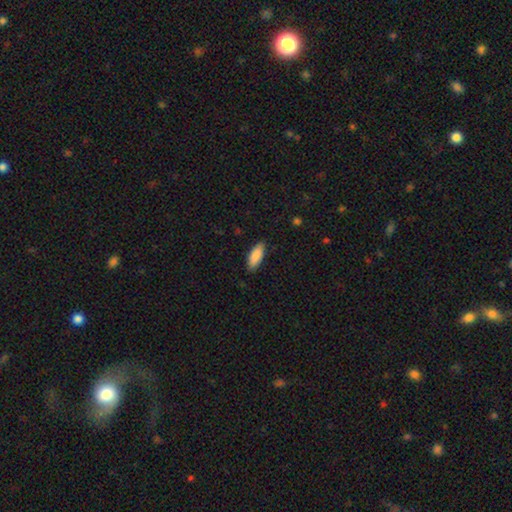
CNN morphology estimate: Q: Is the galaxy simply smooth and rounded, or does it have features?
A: smooth — 88%.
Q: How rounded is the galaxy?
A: in between — 76%.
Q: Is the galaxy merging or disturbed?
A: none — 86%.